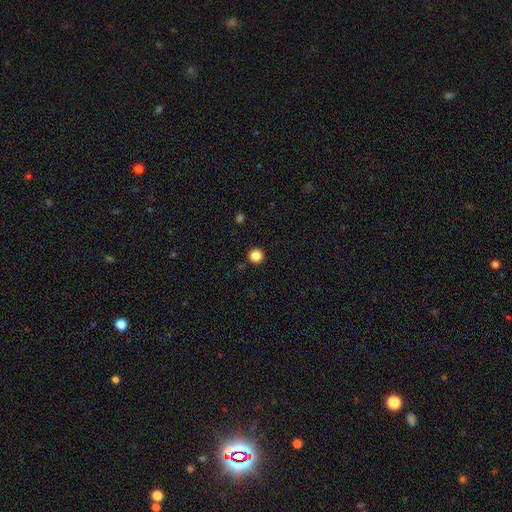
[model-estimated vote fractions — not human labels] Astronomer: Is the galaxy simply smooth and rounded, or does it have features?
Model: smooth — 86%.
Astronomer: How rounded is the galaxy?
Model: round — 96%.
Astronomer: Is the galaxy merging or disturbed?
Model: none — 93%.